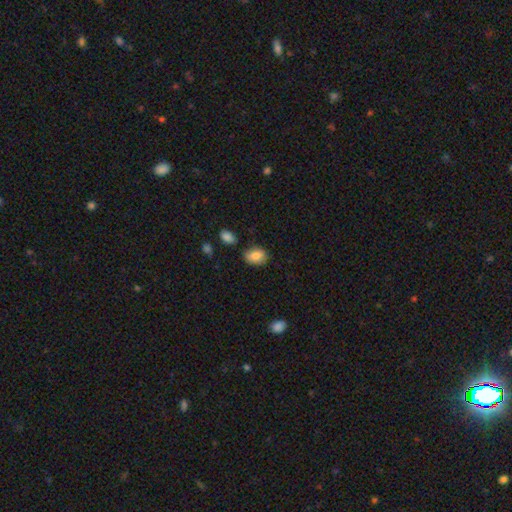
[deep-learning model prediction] smooth_or_featured: smooth (p=0.84) [alt: featured or disk p=0.09]
how_rounded: in between (p=0.83) [alt: round p=0.16]
merging: none (p=0.78) [alt: minor disturbance p=0.16]